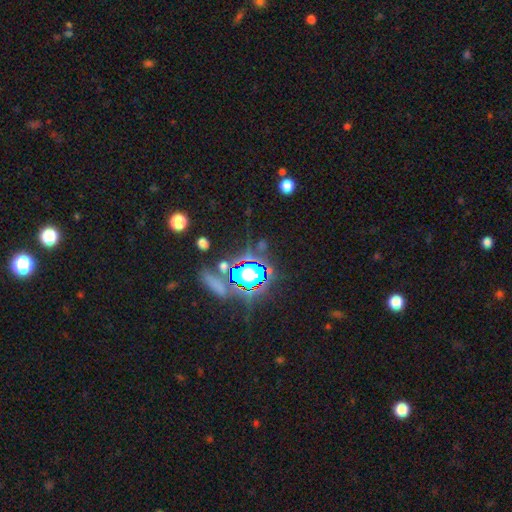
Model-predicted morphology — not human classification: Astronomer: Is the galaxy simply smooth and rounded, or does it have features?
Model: star or artifact — 83%.